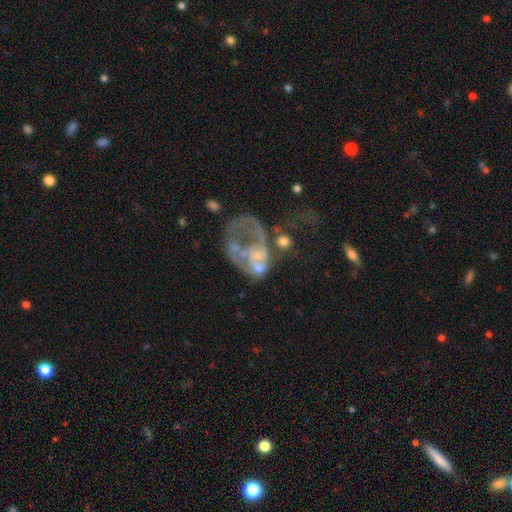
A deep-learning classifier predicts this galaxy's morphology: Smooth or featured? featured or disk (63%)
Edge-on disk? no (98%)
Bar? no (90%)
Spiral arms? no (83%)
Bulge size? none (64%)
Merging? major disturbance (42%)